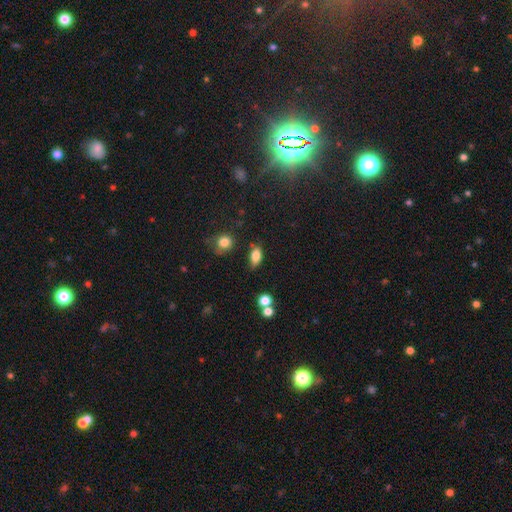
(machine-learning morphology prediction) Overall: smooth (80%). How rounded: in between (84%). Merging: none (67%).